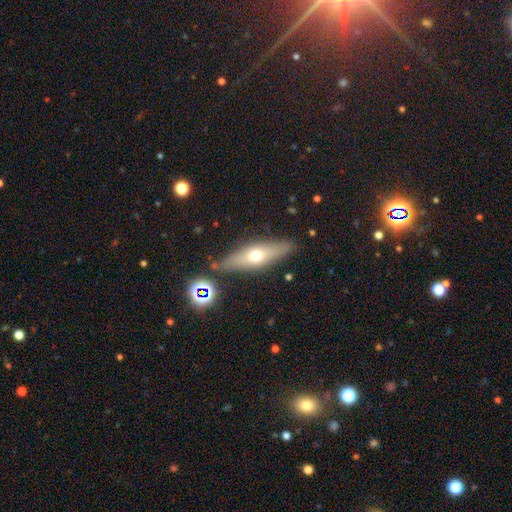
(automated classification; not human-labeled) A smooth galaxy with no disk features (51%) that is cigar-shaped (57%). Merging: none (81%).